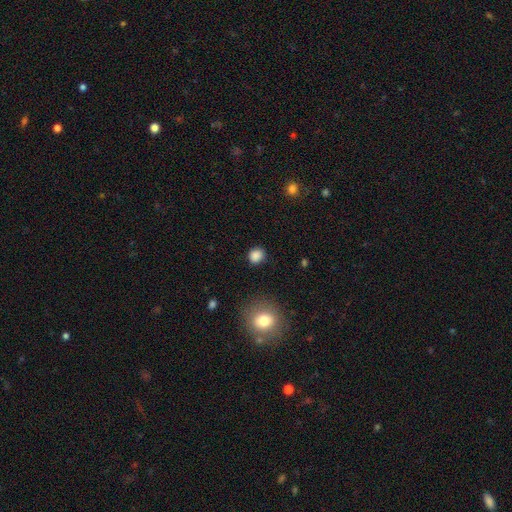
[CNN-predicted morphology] Smooth or featured? smooth (85%)
How rounded? round (78%)
Merging? none (85%)